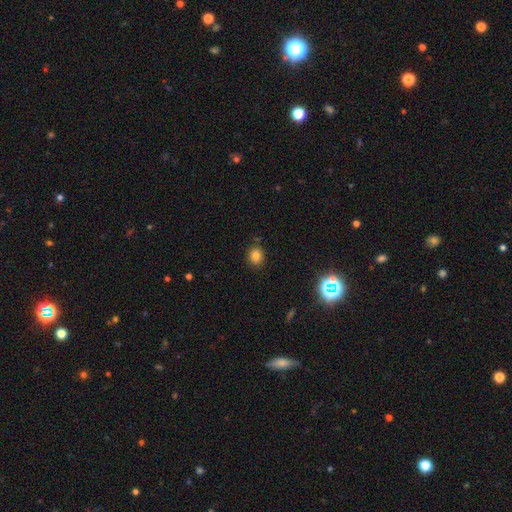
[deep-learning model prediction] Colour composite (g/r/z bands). It shows a smooth galaxy with no disk features (80%) that is round (67%). Merging: none (85%).